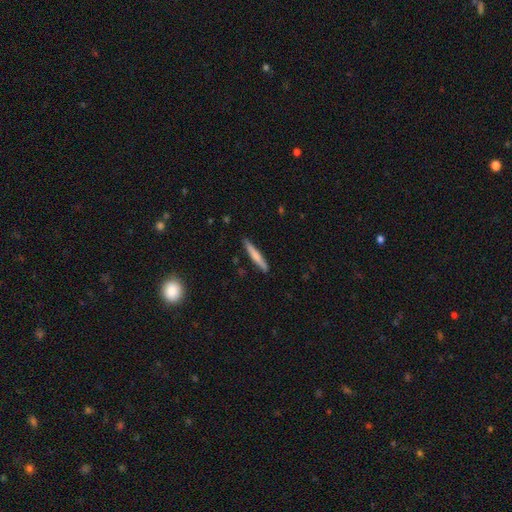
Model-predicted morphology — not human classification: Smooth or featured: smooth — 66% (featured or disk — 29%)
How rounded: cigar-shaped — 95% (in between — 4%)
Merging: none — 89% (minor disturbance — 8%)